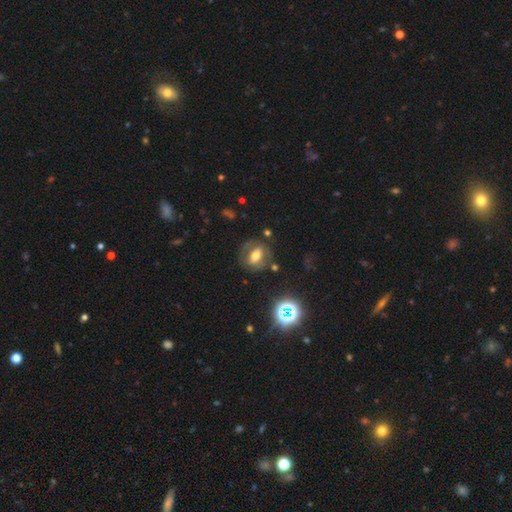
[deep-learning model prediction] Q: Smooth or featured?
A: featured or disk (45%); runner-up: smooth (41%)
Q: Merging?
A: none (70%); runner-up: minor disturbance (16%)